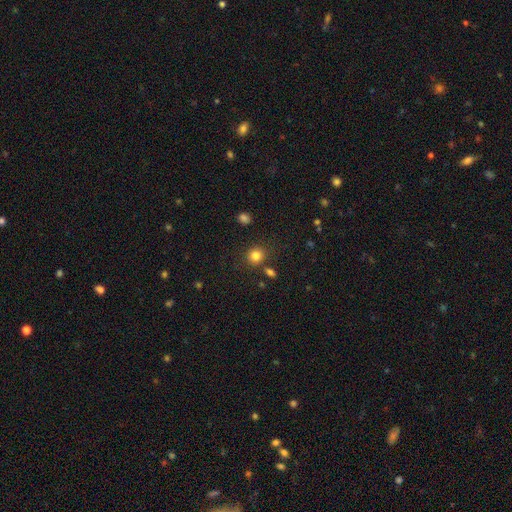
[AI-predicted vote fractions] Smooth or featured? Predicted: smooth (p=0.83). How rounded? Predicted: round (p=0.83). Merging? Predicted: none (p=0.81).